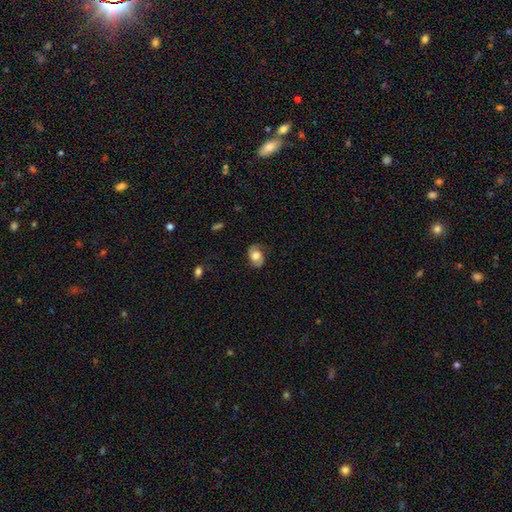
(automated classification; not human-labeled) Smooth or featured: featured or disk — 49% (smooth — 43%)
Merging: none — 75% (minor disturbance — 17%)